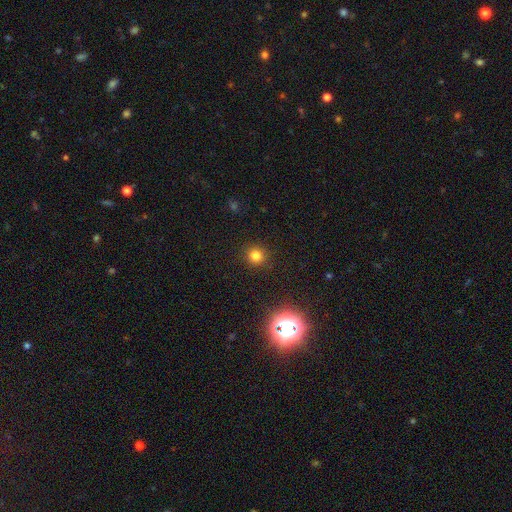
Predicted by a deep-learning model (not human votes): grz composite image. It shows a smooth galaxy with no disk features (78%) that is round (92%). Merging: none (90%).